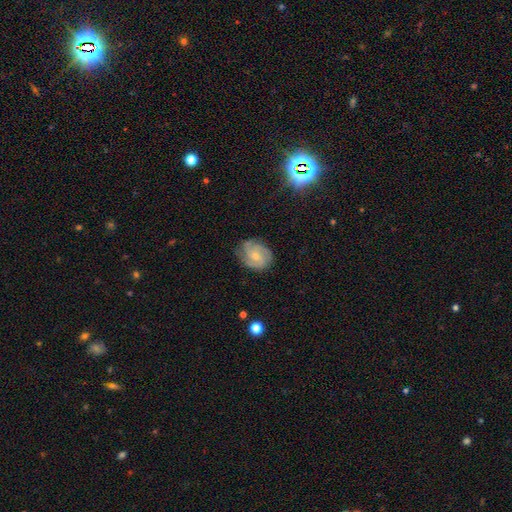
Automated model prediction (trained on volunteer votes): A featured or disk galaxy (69%) with no bar (69%), 3 (39%) tight (48%) spiral arms (92%) and a small central bulge (58%). Merging: none (70%).